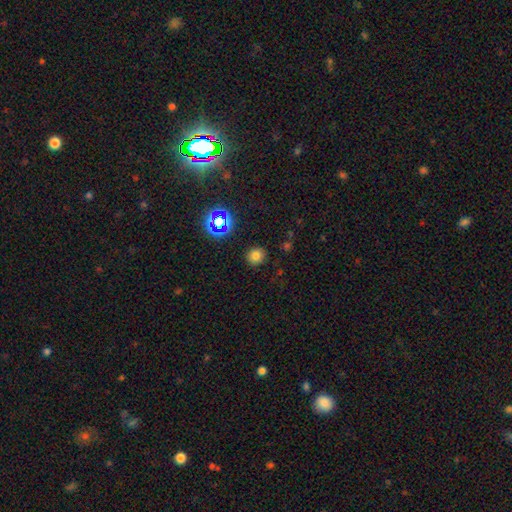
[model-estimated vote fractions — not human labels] smooth 74%, star or artifact 19%, featured or disk 6%. Down the decision tree: how rounded — round (87%); merging — none (88%).